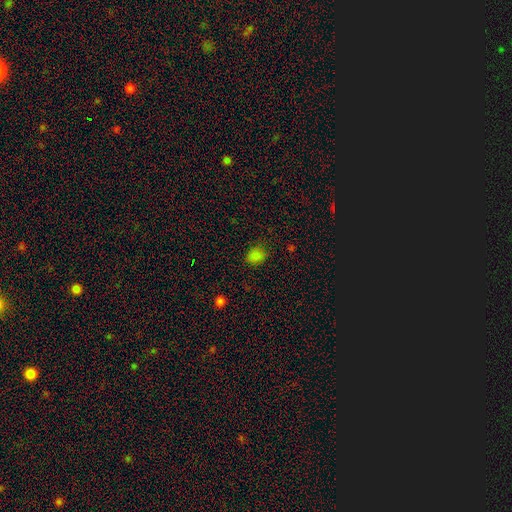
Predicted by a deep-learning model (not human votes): This is clearly a smooth galaxy (81%). How rounded: possibly in between (53%). Merging: likely none (78%).